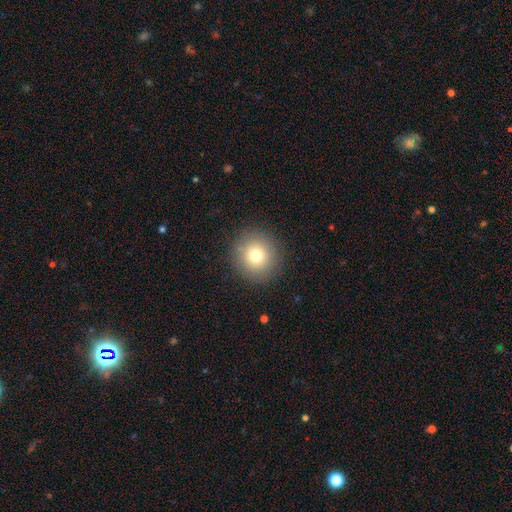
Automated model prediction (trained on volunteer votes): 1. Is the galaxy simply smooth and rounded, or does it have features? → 75% smooth, 13% star or artifact, 12% featured or disk.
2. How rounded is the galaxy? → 93% round, 6% in between, 1% cigar-shaped.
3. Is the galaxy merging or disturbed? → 89% none, 7% minor disturbance, 3% major disturbance, 1% merger.